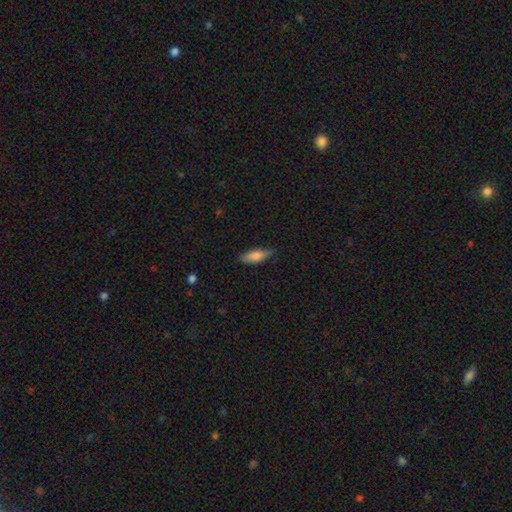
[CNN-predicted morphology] smooth_or_featured: smooth (p=0.79) [alt: featured or disk p=0.15]
how_rounded: in between (p=0.59) [alt: cigar-shaped p=0.39]
merging: none (p=0.80) [alt: minor disturbance p=0.16]